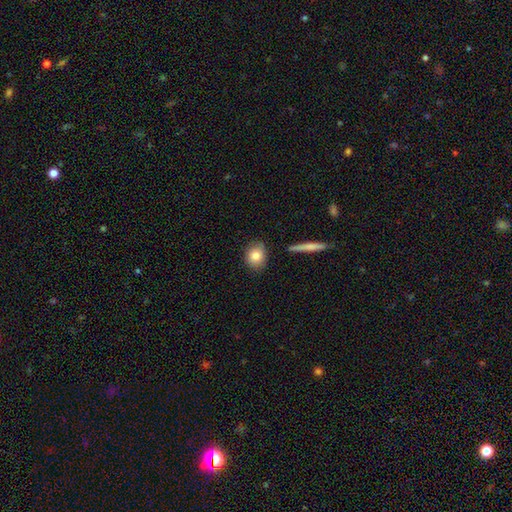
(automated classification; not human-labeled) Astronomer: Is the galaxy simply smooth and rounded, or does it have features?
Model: smooth — 81%.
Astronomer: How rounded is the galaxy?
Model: round — 61% (runner-up: in between, 37%).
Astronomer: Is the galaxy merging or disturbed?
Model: none — 82%.